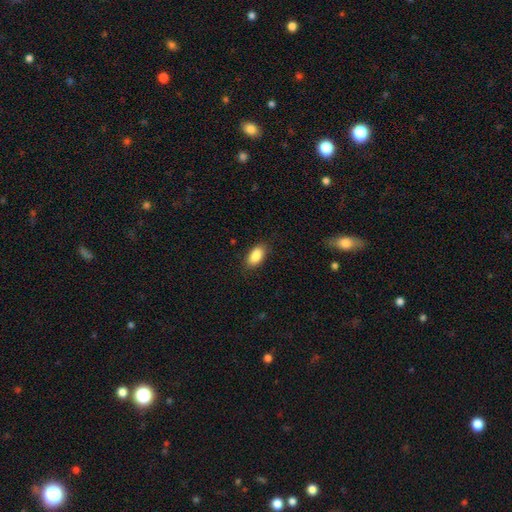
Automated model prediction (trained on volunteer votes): Smooth or featured?
  - smooth: 88% *
  - star or artifact: 7%
  - featured or disk: 5%
How rounded?
  - in between: 92% *
  - round: 4%
  - cigar-shaped: 4%
Merging?
  - none: 84% *
  - minor disturbance: 12%
  - major disturbance: 3%
  - merger: 1%